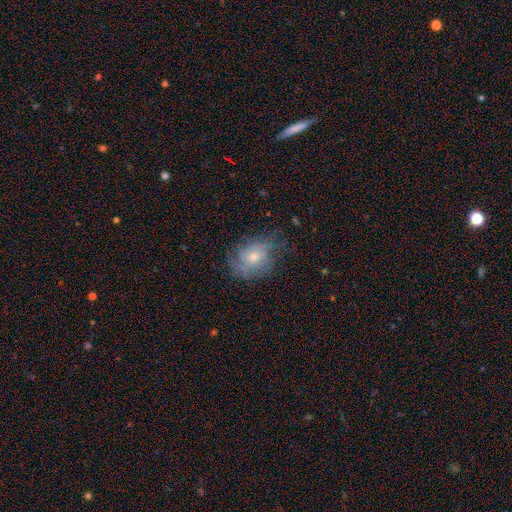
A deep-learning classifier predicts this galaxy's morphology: smooth_or_featured: featured or disk (p=0.55) [alt: smooth p=0.28]
disk_edge_on: no (p=0.94) [alt: yes p=0.06]
bar: no (p=0.77) [alt: weak p=0.19]
has_spiral_arms: yes (p=0.80) [alt: no p=0.20]
bulge_size: moderate (p=0.54) [alt: small p=0.40]
merging: none (p=0.71) [alt: minor disturbance p=0.20]